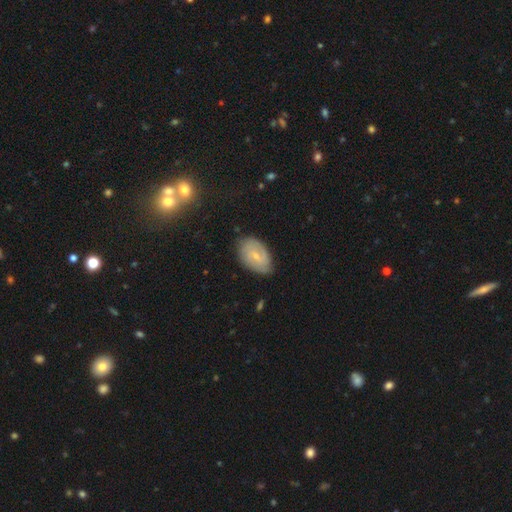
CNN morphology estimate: Smooth or featured? Predicted: featured or disk (p=0.54). Edge-on disk? Predicted: no (p=0.94). Bar? Predicted: weak (p=0.53). Spiral arms? Predicted: yes (p=0.76). Bulge size? Predicted: small (p=0.69). Merging? Predicted: none (p=0.74).